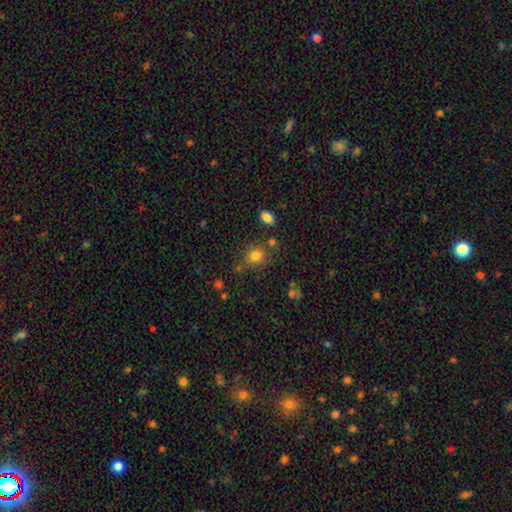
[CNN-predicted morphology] This appears to be a smooth galaxy with no disk features (79%) that is round (73%). Merging: none (74%).